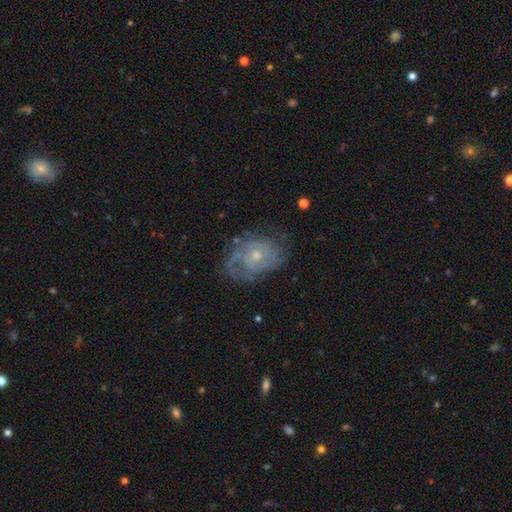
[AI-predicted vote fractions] smooth-or-featured: featured or disk: 79% | smooth: 14% | star or artifact: 7%
  disk-edge-on: no: 97% | yes: 3%
    bar: no: 77% | weak: 20% | strong: 3%
    has-spiral-arms: yes: 89% | no: 11%
      spiral-winding: tight: 57% | medium: 32% | loose: 11%
      spiral-arm-count: can't tell: 37% | 2: 32% | 3: 14% | 1: 7% | 4: 5% | more than 4: 4%
    bulge-size: small: 51% | moderate: 45% | none: 2% | large: 2% | dominant: 1%
  merging: none: 64% | minor disturbance: 22% | major disturbance: 12% | merger: 2%